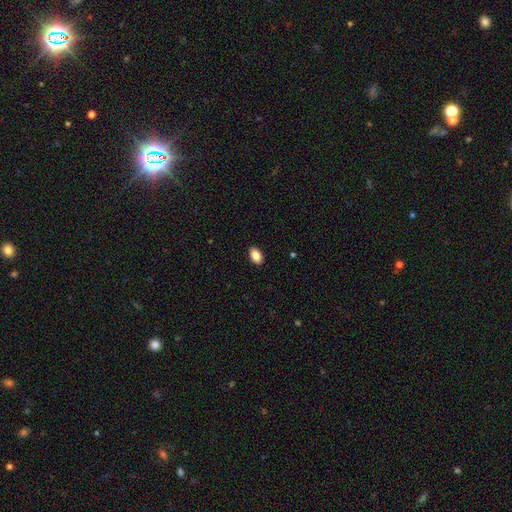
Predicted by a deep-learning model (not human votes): Smooth or featured?
  - smooth: 88% *
  - star or artifact: 8%
  - featured or disk: 5%
How rounded?
  - in between: 90% *
  - round: 8%
  - cigar-shaped: 1%
Merging?
  - none: 90% *
  - minor disturbance: 7%
  - major disturbance: 2%
  - merger: 1%